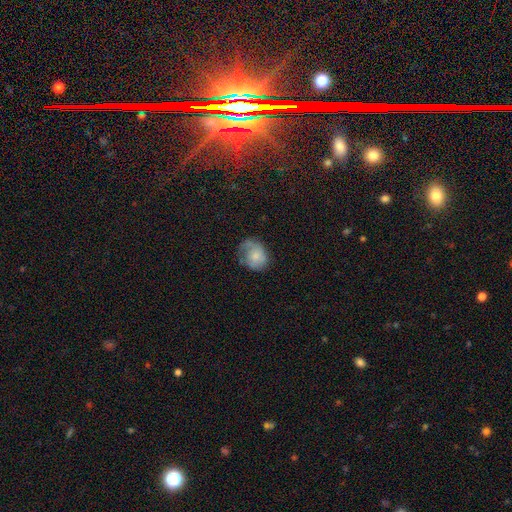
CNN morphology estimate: This appears to be a smooth galaxy with no disk features (56%) that is round (52%). Merging: none (43%).